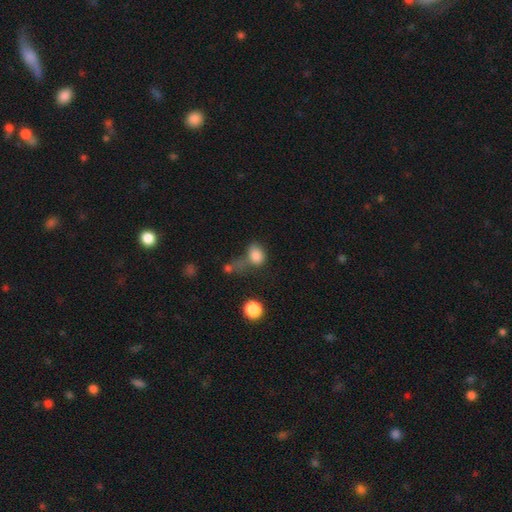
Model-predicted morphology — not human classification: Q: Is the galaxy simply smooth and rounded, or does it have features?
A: smooth — 81%.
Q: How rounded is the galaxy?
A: in between — 59%.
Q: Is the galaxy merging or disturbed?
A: none — 30%.